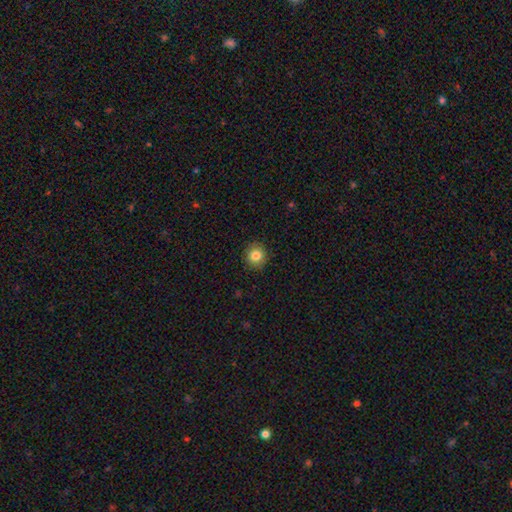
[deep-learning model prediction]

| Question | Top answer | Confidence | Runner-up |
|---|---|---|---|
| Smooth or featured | smooth | 82% | star or artifact (11%) |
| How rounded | round | 87% | in between (12%) |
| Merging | none | 90% | minor disturbance (7%) |